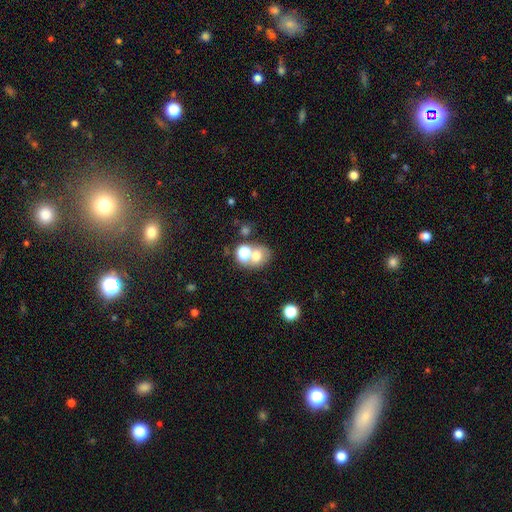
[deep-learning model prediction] This is likely a smooth galaxy (64%). How rounded: possibly round (56%). Merging: possibly merger (45%).